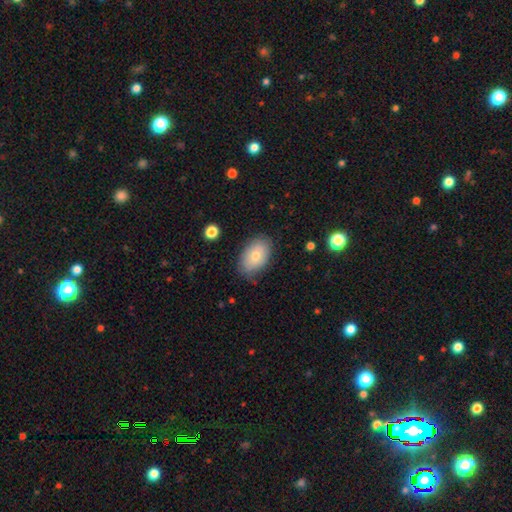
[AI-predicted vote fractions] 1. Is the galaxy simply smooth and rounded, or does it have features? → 73% smooth, 19% featured or disk, 8% star or artifact.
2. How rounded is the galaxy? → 88% in between, 10% round, 1% cigar-shaped.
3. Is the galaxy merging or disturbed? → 78% none, 18% minor disturbance, 4% major disturbance, 1% merger.